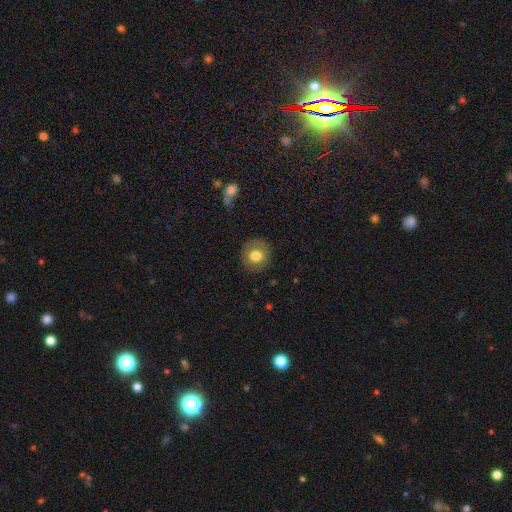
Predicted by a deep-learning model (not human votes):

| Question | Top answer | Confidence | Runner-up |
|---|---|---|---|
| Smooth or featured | smooth | 70% | featured or disk (22%) |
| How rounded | round | 88% | in between (11%) |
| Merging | none | 85% | minor disturbance (10%) |